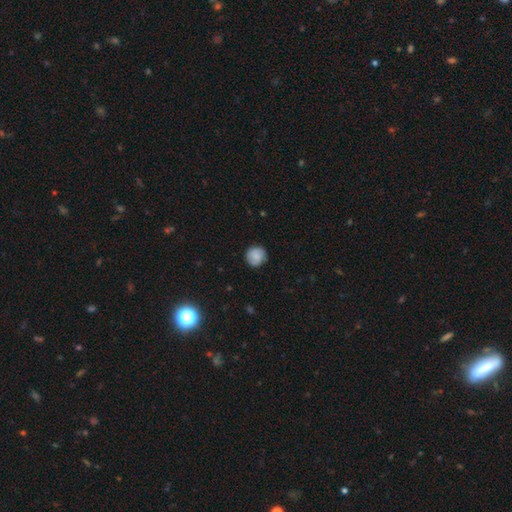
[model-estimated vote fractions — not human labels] smooth-or-featured: smooth: 82% | featured or disk: 10% | star or artifact: 8%
  how-rounded: round: 92% | in between: 7% | cigar-shaped: 1%
  merging: none: 87% | minor disturbance: 10% | major disturbance: 2% | merger: 1%